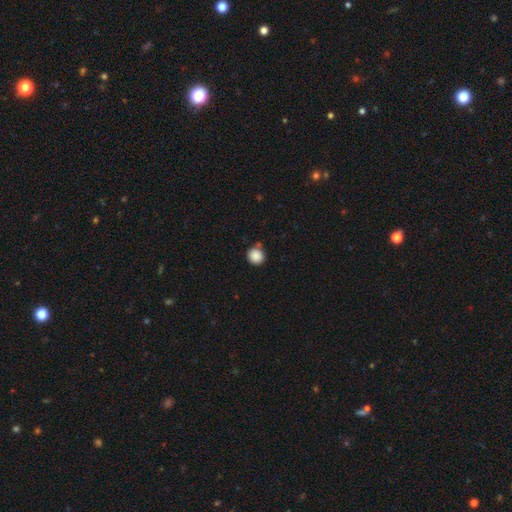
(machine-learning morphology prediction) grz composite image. It shows a smooth galaxy with no disk features (88%) that is round (92%). Merging: none (79%).